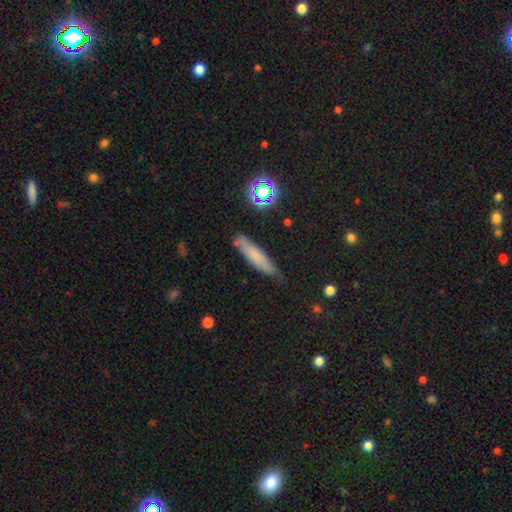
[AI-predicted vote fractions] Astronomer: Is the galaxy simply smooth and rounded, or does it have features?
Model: smooth — 70%.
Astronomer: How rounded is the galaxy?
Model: cigar-shaped — 79%.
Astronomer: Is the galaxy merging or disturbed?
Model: none — 72%.